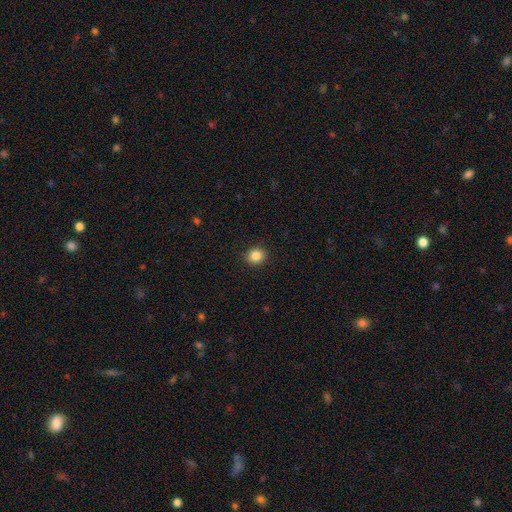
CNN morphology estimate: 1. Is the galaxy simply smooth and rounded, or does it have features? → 85% smooth, 10% star or artifact, 5% featured or disk.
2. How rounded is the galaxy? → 83% round, 16% in between, 1% cigar-shaped.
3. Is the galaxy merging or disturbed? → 91% none, 6% minor disturbance, 2% major disturbance, 1% merger.